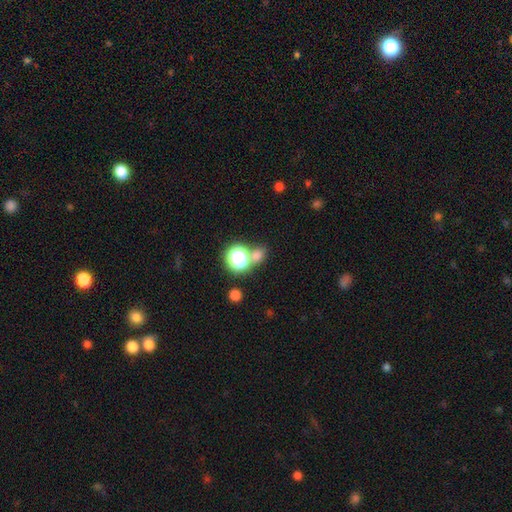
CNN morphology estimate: type=smooth (66%); roundness=round (68%); merging=none (62%).